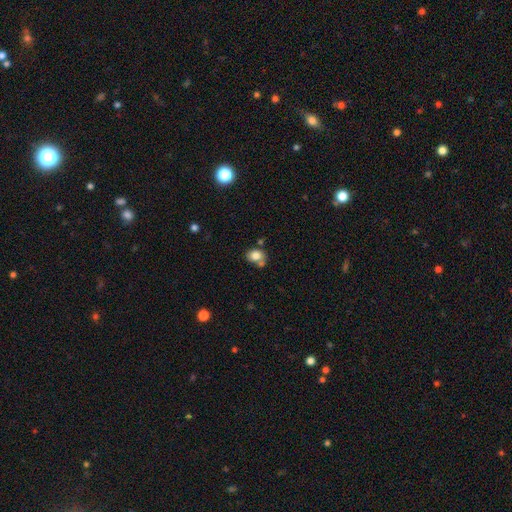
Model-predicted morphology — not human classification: This appears to be a smooth galaxy with no disk features (80%) that is in between round and cigar-shaped (51%). Merging: none (53%).